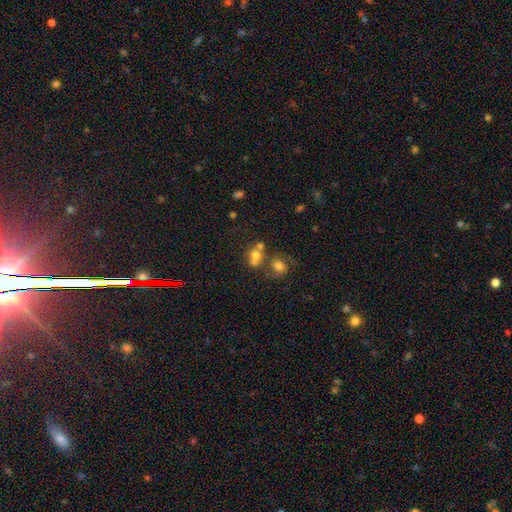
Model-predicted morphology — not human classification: Smooth or featured? smooth (64%)
How rounded? round (67%)
Merging? merger (49%)